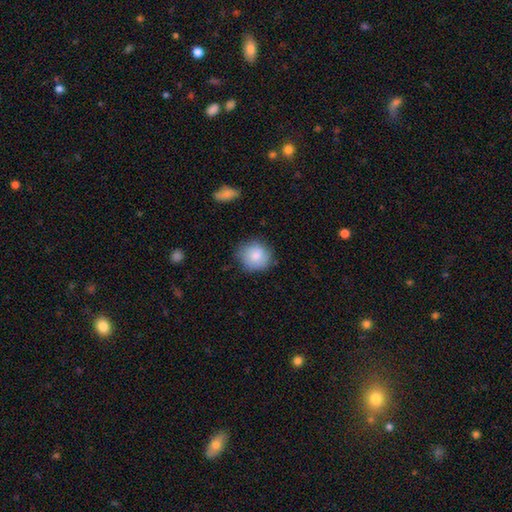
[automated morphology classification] smooth-or-featured: smooth: 83% | featured or disk: 10% | star or artifact: 7%
  how-rounded: round: 85% | in between: 14% | cigar-shaped: 1%
  merging: none: 78% | minor disturbance: 17% | major disturbance: 3% | merger: 1%